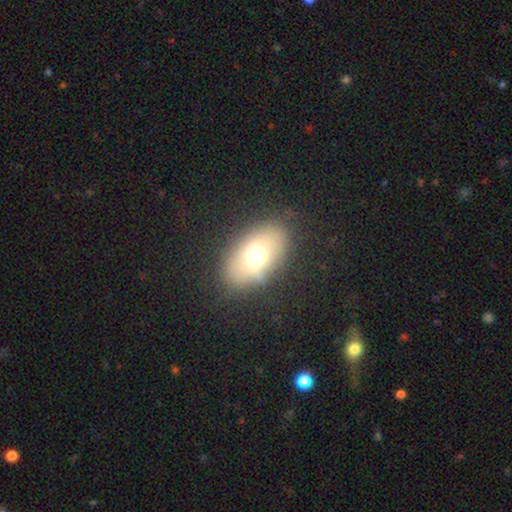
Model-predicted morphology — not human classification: Smooth or featured: smooth — 63% (featured or disk — 22%)
How rounded: in between — 82% (round — 16%)
Merging: none — 79% (minor disturbance — 13%)